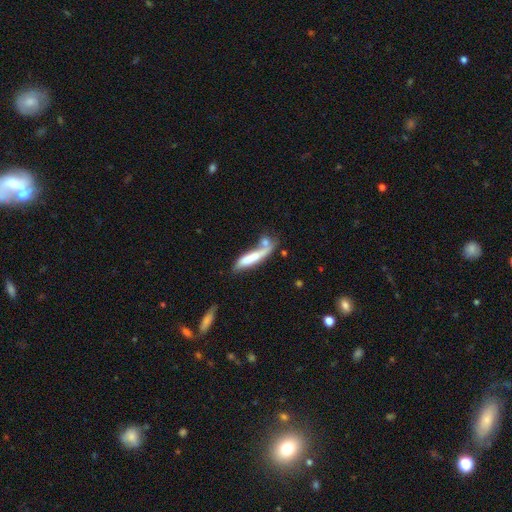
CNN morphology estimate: Smooth or featured? Predicted: smooth (p=0.61). How rounded? Predicted: cigar-shaped (p=0.78). Merging? Predicted: merger (p=0.41).